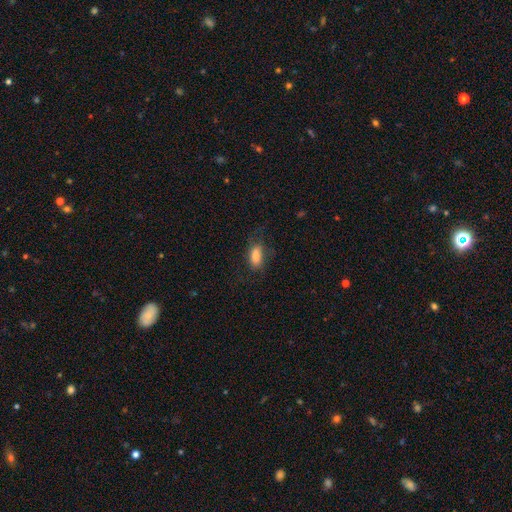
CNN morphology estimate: Smooth or featured? smooth (80%)
How rounded? in between (84%)
Merging? none (61%)